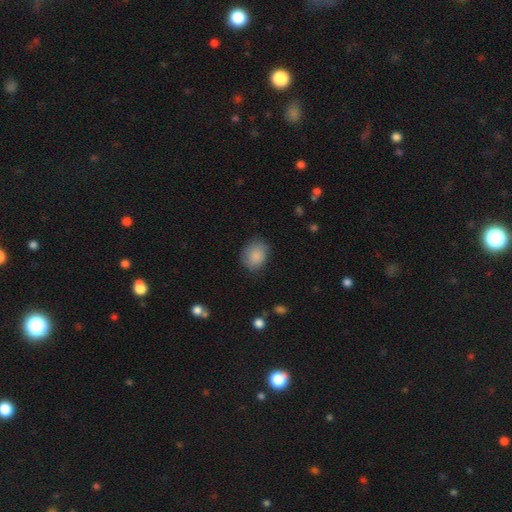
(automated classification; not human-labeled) Morphology: type=smooth (87%); roundness=round (54%); merging=none (76%).